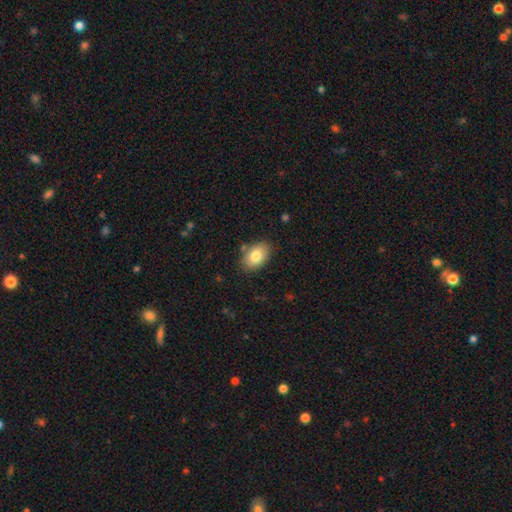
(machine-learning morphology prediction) type=smooth (81%); roundness=in between (87%); merging=none (82%).